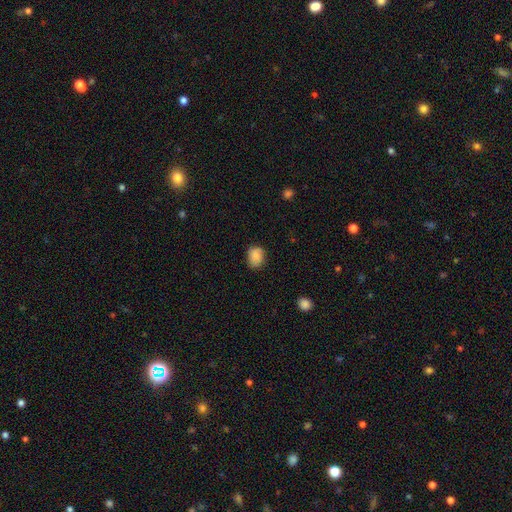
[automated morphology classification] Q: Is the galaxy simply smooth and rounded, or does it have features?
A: smooth — 84%.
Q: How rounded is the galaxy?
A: in between — 51%.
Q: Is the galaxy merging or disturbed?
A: none — 75%.